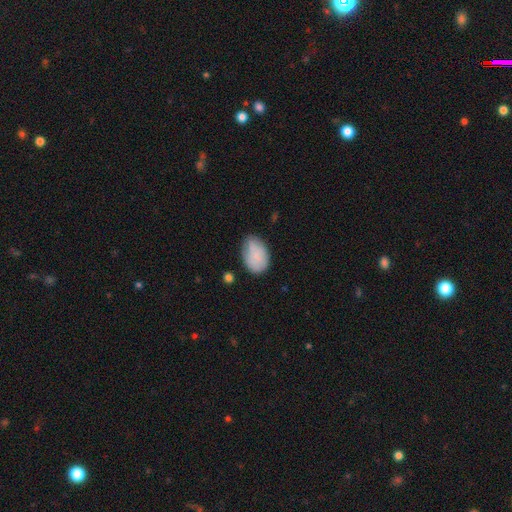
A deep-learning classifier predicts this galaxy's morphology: This appears to be a smooth galaxy with no disk features (81%) that is in between round and cigar-shaped (87%). Merging: none (65%).